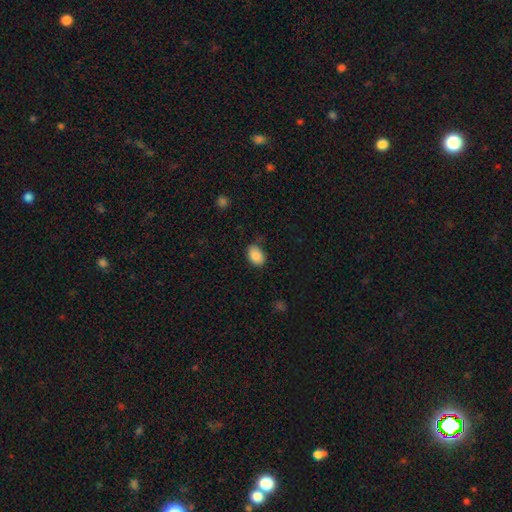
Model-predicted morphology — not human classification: smooth_or_featured: smooth (p=0.87) [alt: star or artifact p=0.08]
how_rounded: in between (p=0.84) [alt: round p=0.15]
merging: none (p=0.77) [alt: minor disturbance p=0.18]